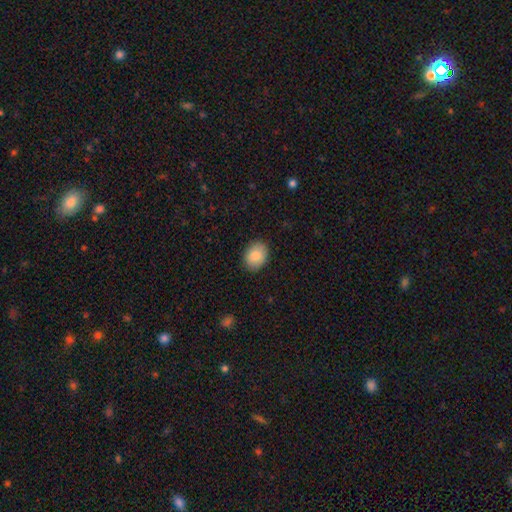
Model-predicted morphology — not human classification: type=smooth (87%); roundness=in between (61%); merging=none (88%).